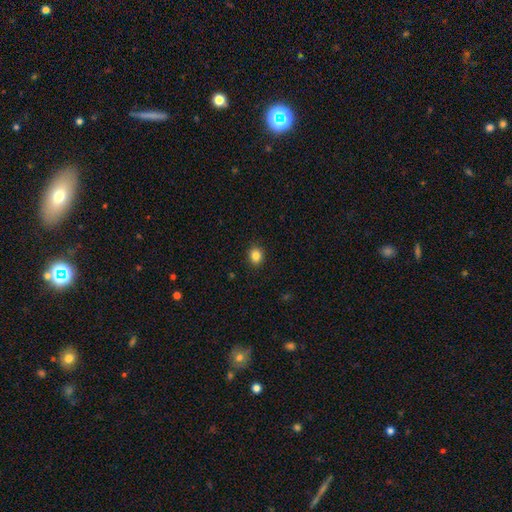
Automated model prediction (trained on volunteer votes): Q: Smooth or featured?
A: smooth (85%); runner-up: star or artifact (11%)
Q: How rounded?
A: round (73%); runner-up: in between (26%)
Q: Merging?
A: none (91%); runner-up: minor disturbance (6%)